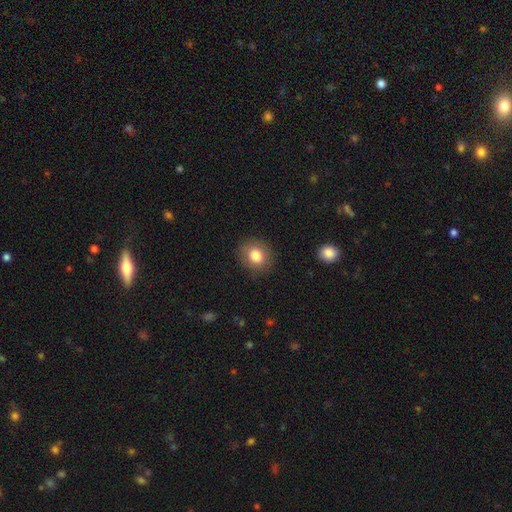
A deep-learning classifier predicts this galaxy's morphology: Smooth or featured? smooth (81%)
How rounded? round (73%)
Merging? none (87%)